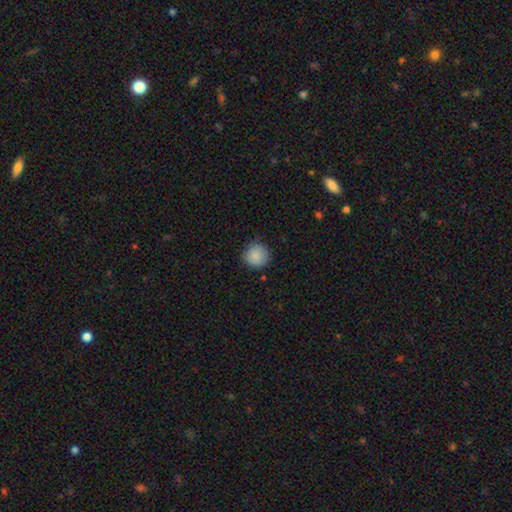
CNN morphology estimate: This is clearly a smooth galaxy (87%). How rounded: clearly round (93%). Merging: clearly none (83%).